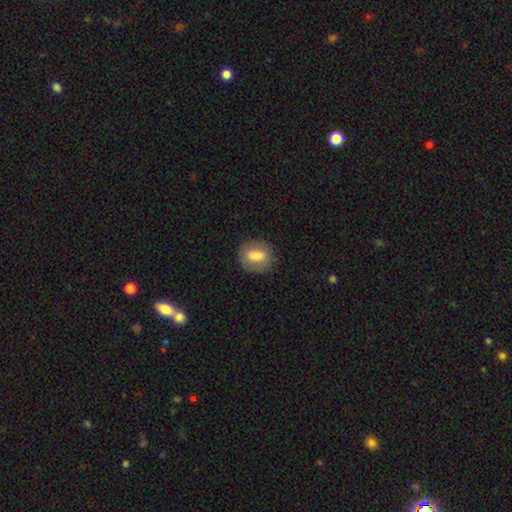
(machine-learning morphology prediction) Q: Smooth or featured?
A: smooth (72%); runner-up: featured or disk (21%)
Q: How rounded?
A: round (52%); runner-up: in between (46%)
Q: Merging?
A: none (81%); runner-up: minor disturbance (13%)